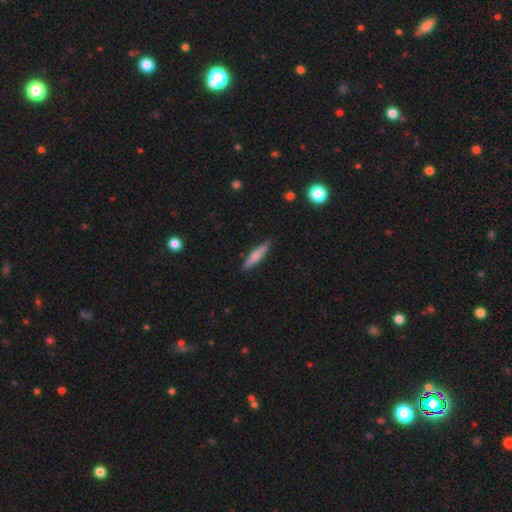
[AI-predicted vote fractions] Smooth or featured: smooth — 69% (featured or disk — 25%)
How rounded: cigar-shaped — 87% (in between — 12%)
Merging: none — 88% (minor disturbance — 9%)